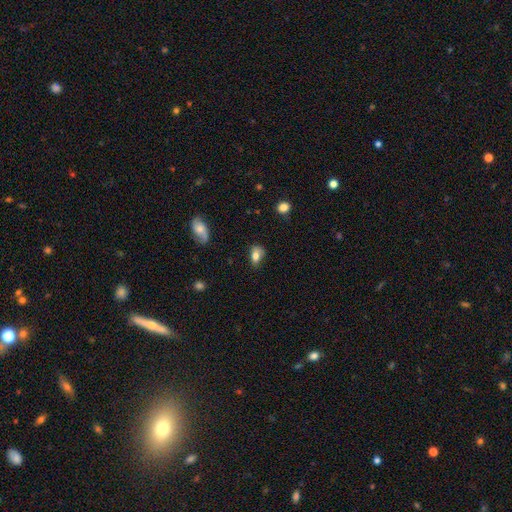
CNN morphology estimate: Smooth or featured?
  - smooth: 77% *
  - featured or disk: 14%
  - star or artifact: 9%
How rounded?
  - in between: 82% *
  - round: 15%
  - cigar-shaped: 3%
Merging?
  - none: 53% *
  - minor disturbance: 32%
  - major disturbance: 11%
  - merger: 4%